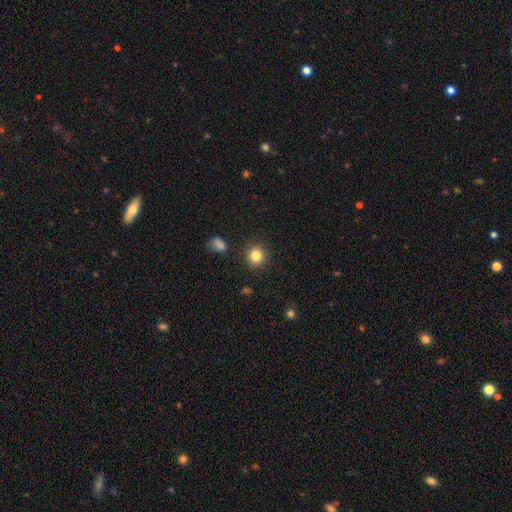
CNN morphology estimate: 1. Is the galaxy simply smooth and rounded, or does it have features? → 84% smooth, 11% star or artifact, 5% featured or disk.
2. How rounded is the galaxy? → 91% round, 8% in between, 1% cigar-shaped.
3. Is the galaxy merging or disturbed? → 90% none, 6% minor disturbance, 2% major disturbance, 2% merger.